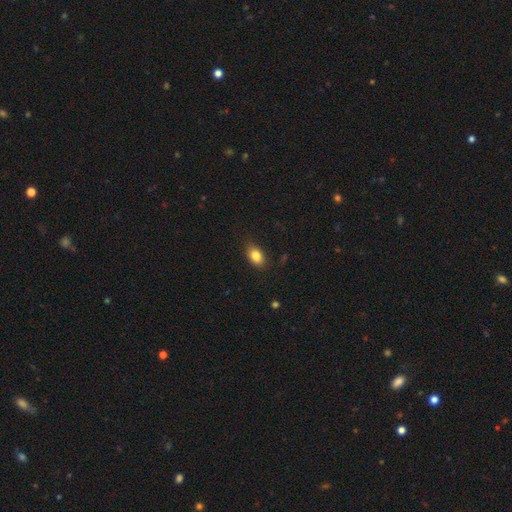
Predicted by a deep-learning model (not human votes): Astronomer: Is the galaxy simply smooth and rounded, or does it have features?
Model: smooth — 84%.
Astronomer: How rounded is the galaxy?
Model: in between — 86%.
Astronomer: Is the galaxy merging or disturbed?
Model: none — 83%.